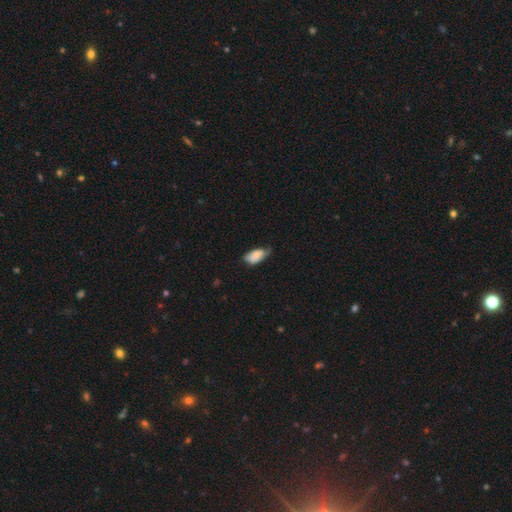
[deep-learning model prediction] Smooth or featured? Predicted: smooth (p=0.74). How rounded? Predicted: in between (p=0.92). Merging? Predicted: minor disturbance (p=0.45).